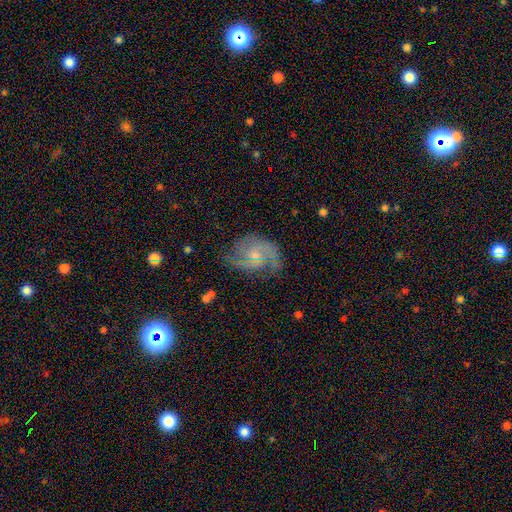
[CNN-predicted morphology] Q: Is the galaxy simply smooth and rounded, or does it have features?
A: featured or disk — 82%.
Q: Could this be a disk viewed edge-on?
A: no — 98%.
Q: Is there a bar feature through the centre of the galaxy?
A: no — 59%.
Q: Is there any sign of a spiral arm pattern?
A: yes — 94%.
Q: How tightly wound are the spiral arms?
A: medium — 51%.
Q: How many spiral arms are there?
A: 2 — 71%.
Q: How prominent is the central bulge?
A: small — 65%.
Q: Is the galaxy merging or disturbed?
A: none — 64%.